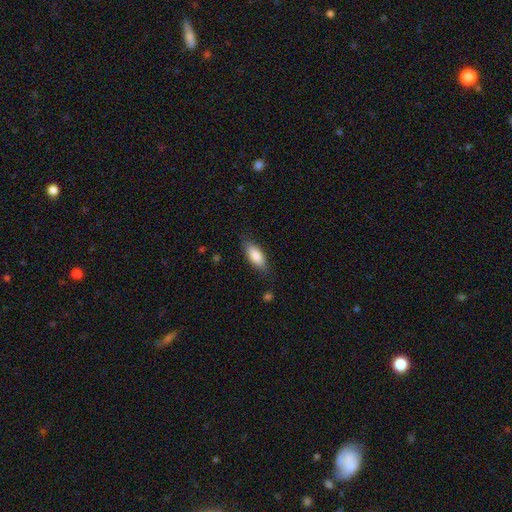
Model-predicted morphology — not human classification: Smooth or featured? smooth (83%)
How rounded? in between (77%)
Merging? none (81%)